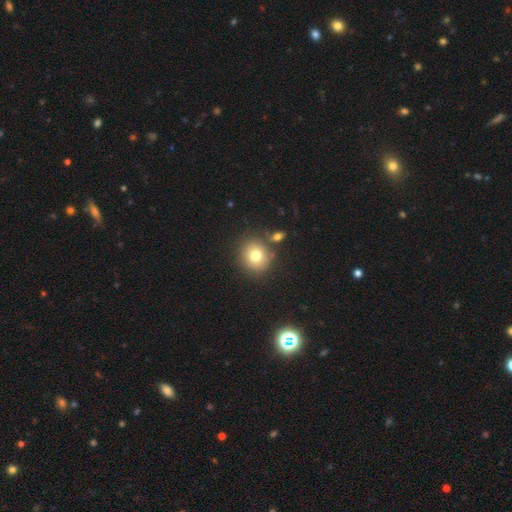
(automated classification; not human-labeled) Overall: smooth (76%). How rounded: round (86%). Merging: none (80%).